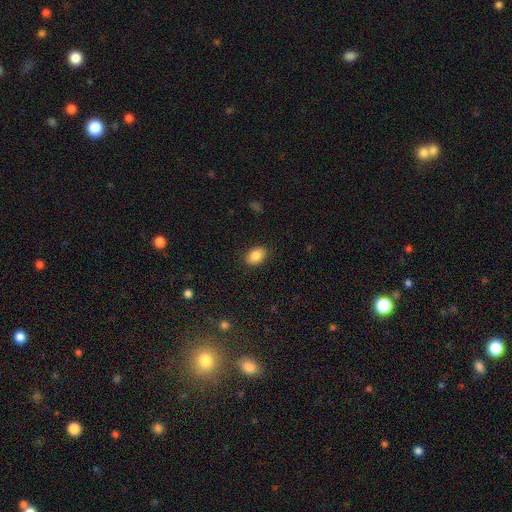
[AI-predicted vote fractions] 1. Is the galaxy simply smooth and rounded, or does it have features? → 87% smooth, 8% star or artifact, 5% featured or disk.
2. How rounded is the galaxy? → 82% in between, 17% round, 1% cigar-shaped.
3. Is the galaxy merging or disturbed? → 88% none, 9% minor disturbance, 2% major disturbance, 1% merger.